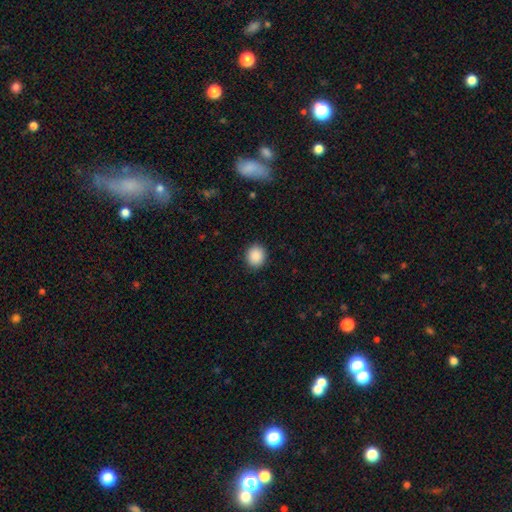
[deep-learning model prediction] This is clearly a smooth galaxy (89%). How rounded: likely round (79%). Merging: clearly none (91%).